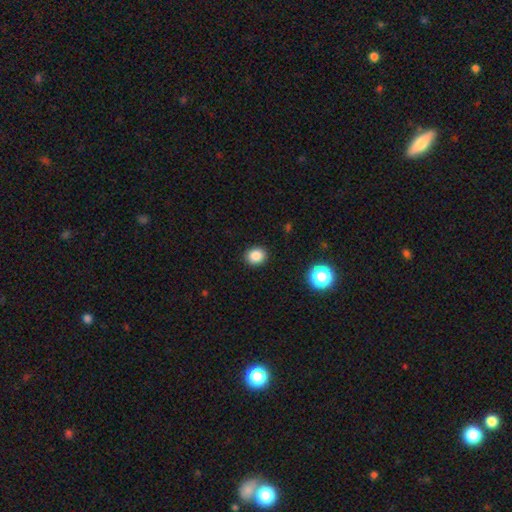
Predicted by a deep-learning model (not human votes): A smooth galaxy with no disk features (85%) that is round (76%). Merging: none (91%).